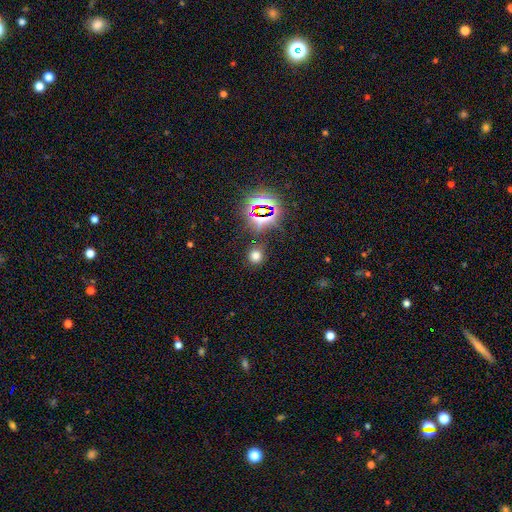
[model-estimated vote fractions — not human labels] The model was most divided on "smooth or featured": smooth: 64%, star or artifact: 29%, featured or disk: 7%. More confident: how rounded — round (86%); merging — none (85%).